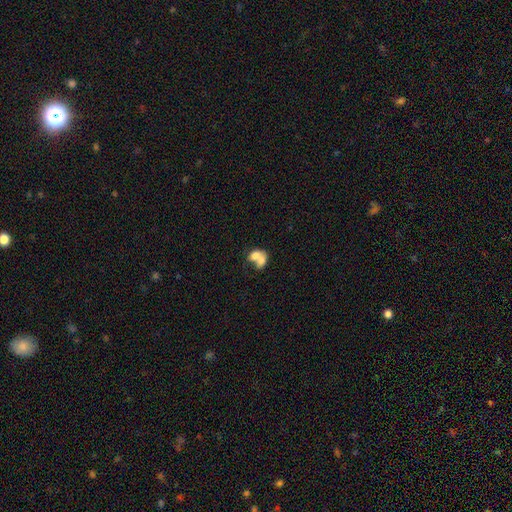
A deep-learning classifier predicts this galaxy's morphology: Smooth or featured: smooth — 66% (featured or disk — 26%)
How rounded: in between — 68% (round — 30%)
Merging: merger — 74% (none — 14%)